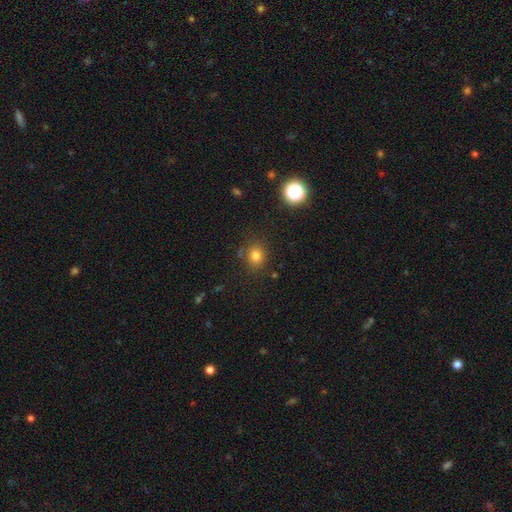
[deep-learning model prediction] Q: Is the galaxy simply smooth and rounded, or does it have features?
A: smooth — 78%.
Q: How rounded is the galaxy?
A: round — 74%.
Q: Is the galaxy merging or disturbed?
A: none — 81%.